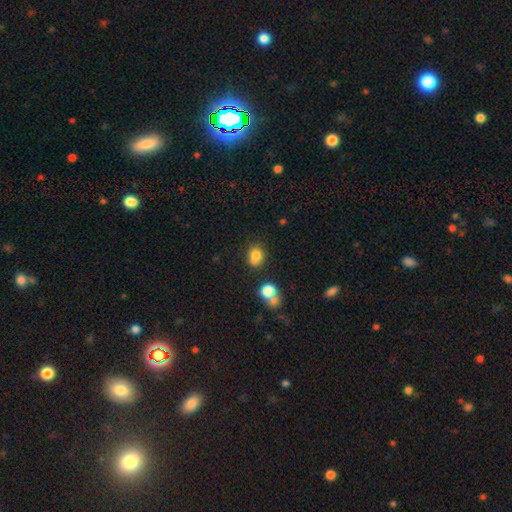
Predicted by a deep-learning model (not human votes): Q: Smooth or featured?
A: smooth (80%); runner-up: star or artifact (12%)
Q: How rounded?
A: round (56%); runner-up: in between (43%)
Q: Merging?
A: none (55%); runner-up: merger (21%)